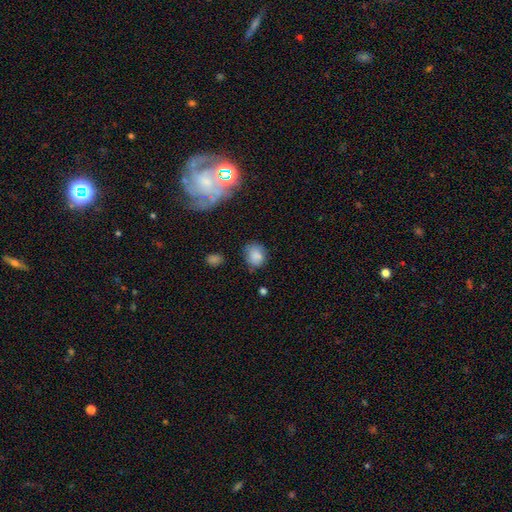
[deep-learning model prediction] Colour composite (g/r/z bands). It shows a smooth galaxy with no disk features (82%) that is round (51%). Merging: none (66%).